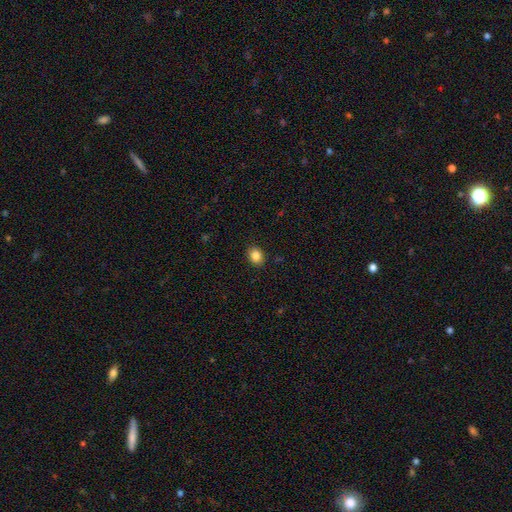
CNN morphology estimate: Smooth or featured? Predicted: smooth (p=0.85). How rounded? Predicted: in between (p=0.50). Merging? Predicted: none (p=0.90).